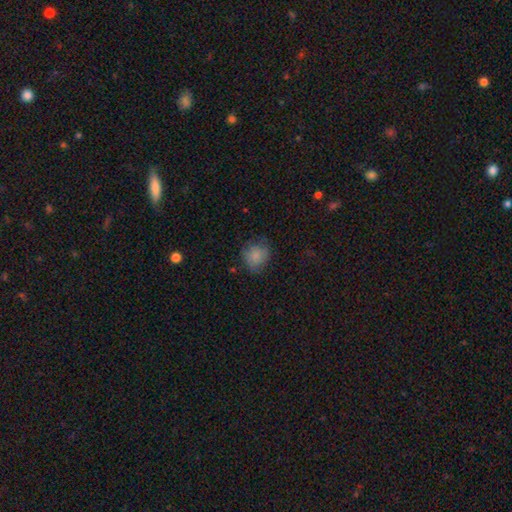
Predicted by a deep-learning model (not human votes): smooth_or_featured: smooth (p=0.81) [alt: star or artifact p=0.09]
how_rounded: round (p=0.77) [alt: in between p=0.22]
merging: none (p=0.68) [alt: minor disturbance p=0.22]